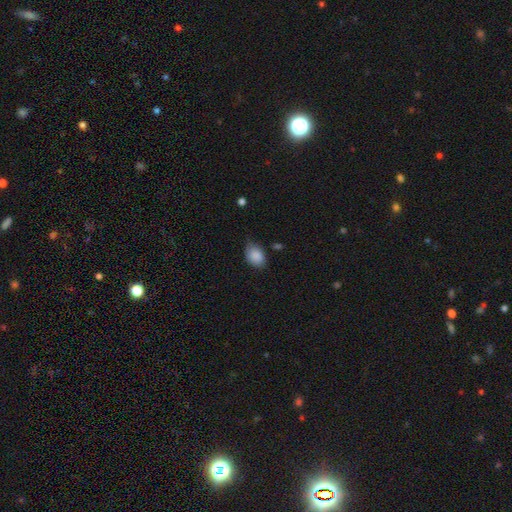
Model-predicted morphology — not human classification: A smooth galaxy with no disk features (88%) that is in between round and cigar-shaped (72%). Merging: none (59%).